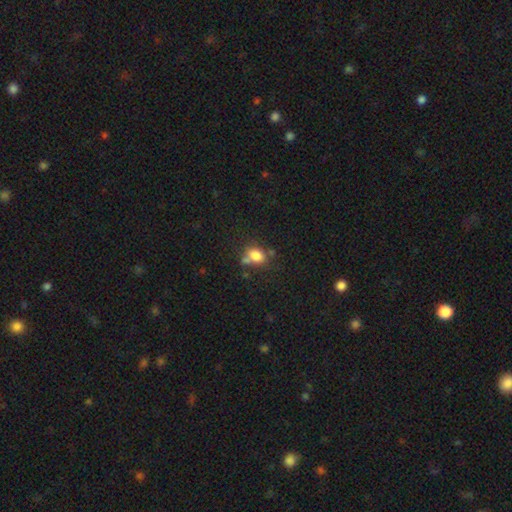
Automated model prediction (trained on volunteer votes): Smooth or featured?
  - smooth: 79% *
  - star or artifact: 12%
  - featured or disk: 9%
How rounded?
  - in between: 58% *
  - round: 41%
  - cigar-shaped: 1%
Merging?
  - none: 53% *
  - merger: 23%
  - minor disturbance: 17%
  - major disturbance: 7%